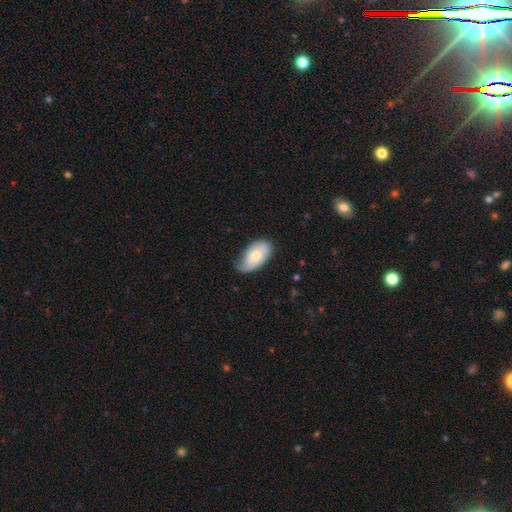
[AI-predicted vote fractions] smooth-or-featured: smooth: 62% | featured or disk: 32% | star or artifact: 6%
  how-rounded: in between: 94% | round: 4% | cigar-shaped: 2%
  merging: none: 49% | minor disturbance: 38% | major disturbance: 11% | merger: 2%